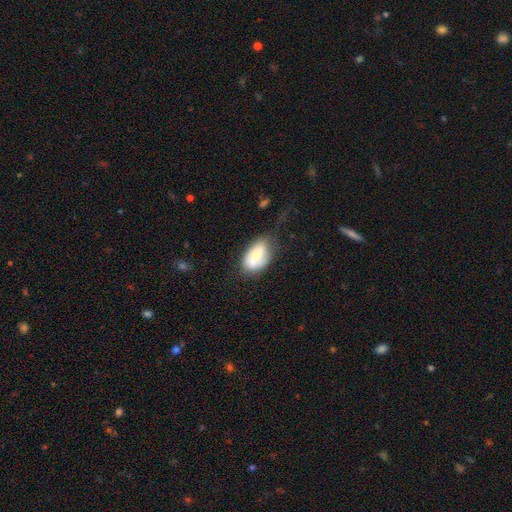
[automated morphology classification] smooth 61%, featured or disk 32%, star or artifact 7%. Down the decision tree: how rounded — in between (89%); merging — none (51%).